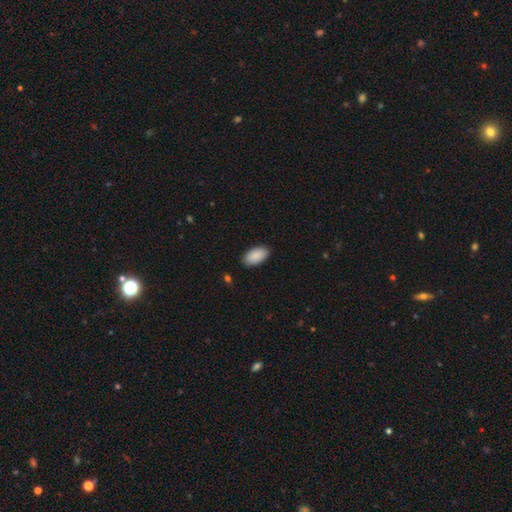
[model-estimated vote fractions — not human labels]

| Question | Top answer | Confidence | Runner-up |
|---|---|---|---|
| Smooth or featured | smooth | 91% | star or artifact (6%) |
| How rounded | in between | 96% | cigar-shaped (2%) |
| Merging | none | 89% | minor disturbance (8%) |